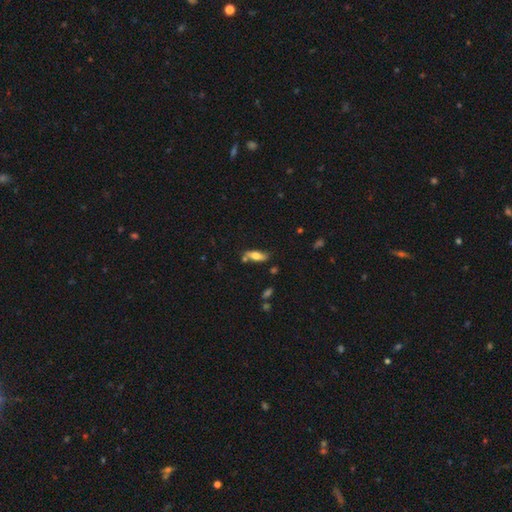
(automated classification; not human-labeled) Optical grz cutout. It shows a smooth galaxy with no disk features (60%) that is in between round and cigar-shaped (60%). Merging: none (69%).